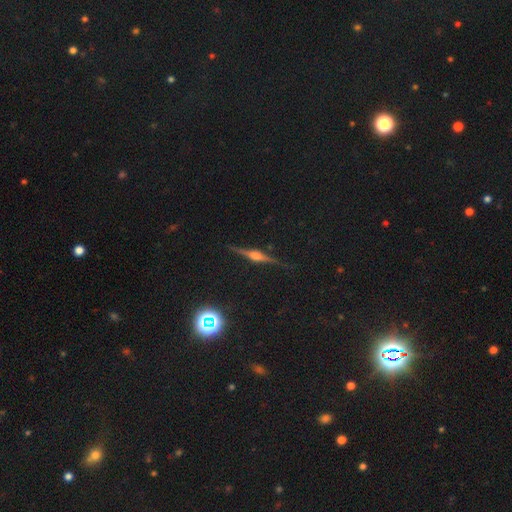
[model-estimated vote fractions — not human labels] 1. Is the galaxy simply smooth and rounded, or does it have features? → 82% featured or disk, 9% smooth, 9% star or artifact.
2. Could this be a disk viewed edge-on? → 98% yes, 2% no.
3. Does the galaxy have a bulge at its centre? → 86% rounded, 11% boxy, 3% none.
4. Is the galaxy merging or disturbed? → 89% none, 8% minor disturbance, 2% major disturbance, 1% merger.